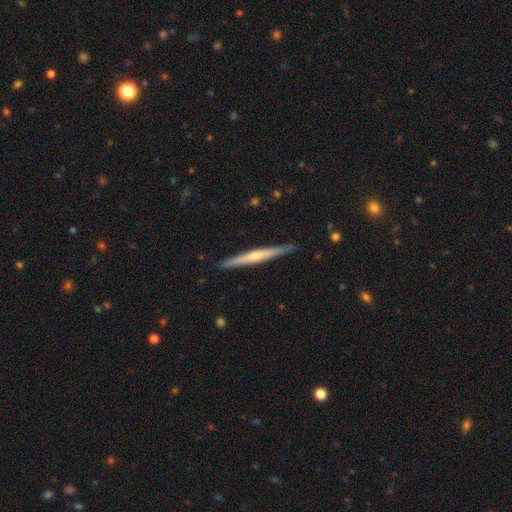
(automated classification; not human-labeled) Smooth or featured?
  - featured or disk: 71% *
  - smooth: 23%
  - star or artifact: 6%
Edge-on disk?
  - yes: 98% *
  - no: 2%
Edge-on bulge?
  - rounded: 68% *
  - none: 24%
  - boxy: 8%
Merging?
  - none: 90% *
  - minor disturbance: 7%
  - major disturbance: 1%
  - merger: 1%